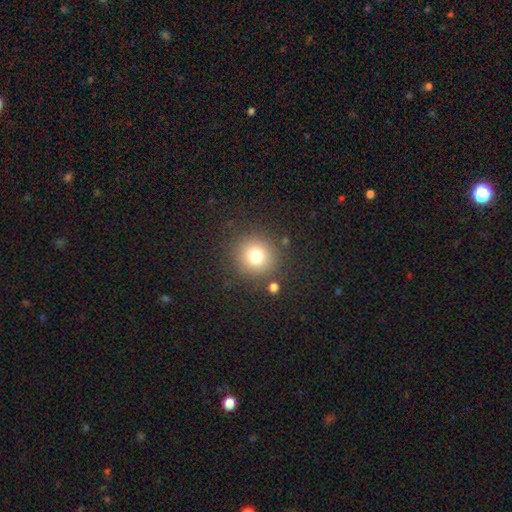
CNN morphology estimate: A smooth galaxy with no disk features (77%) that is round (93%).

Vote fractions:
- Smooth or featured? smooth: 77% / star or artifact: 14% / featured or disk: 9%
- How rounded? round: 93% / in between: 6% / cigar-shaped: 1%
- Merging? none: 86% / minor disturbance: 8% / major disturbance: 4% / merger: 3%